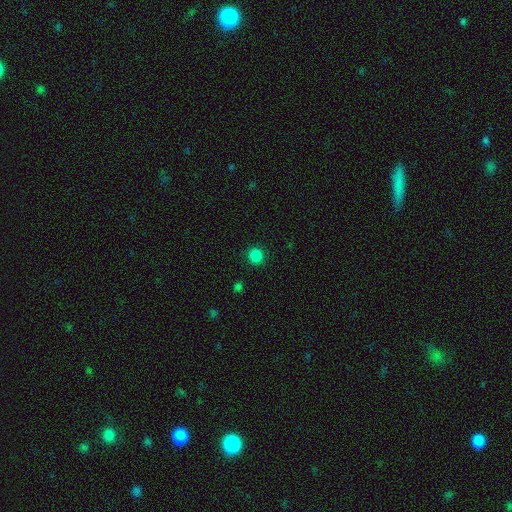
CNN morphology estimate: A smooth galaxy with no disk features (84%) that is round (93%). Merging: none (92%).